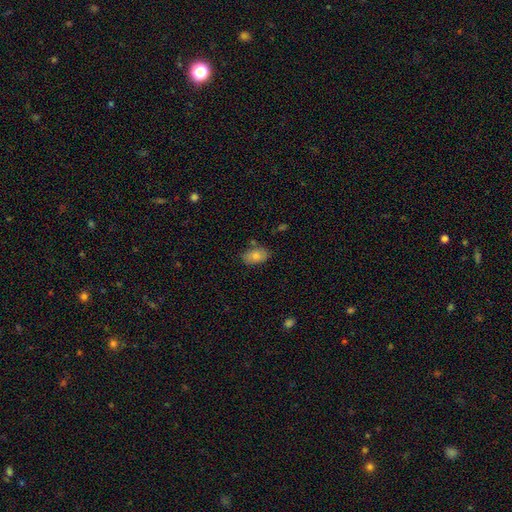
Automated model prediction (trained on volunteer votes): Q: Smooth or featured?
A: smooth (76%); runner-up: featured or disk (15%)
Q: How rounded?
A: in between (89%); runner-up: round (9%)
Q: Merging?
A: none (79%); runner-up: minor disturbance (15%)